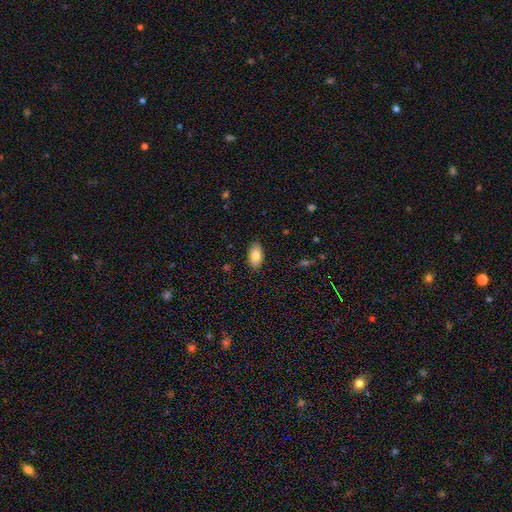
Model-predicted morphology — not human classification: smooth_or_featured: smooth (p=0.81) [alt: featured or disk p=0.12]
how_rounded: in between (p=0.93) [alt: round p=0.05]
merging: none (p=0.88) [alt: minor disturbance p=0.09]